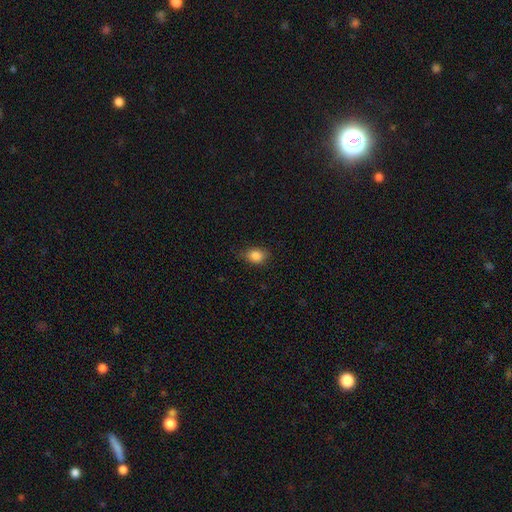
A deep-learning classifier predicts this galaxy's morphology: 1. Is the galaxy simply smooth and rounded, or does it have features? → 85% smooth, 10% star or artifact, 5% featured or disk.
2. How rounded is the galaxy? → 62% in between, 36% round, 1% cigar-shaped.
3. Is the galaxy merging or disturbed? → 75% none, 20% minor disturbance, 4% major disturbance, 1% merger.